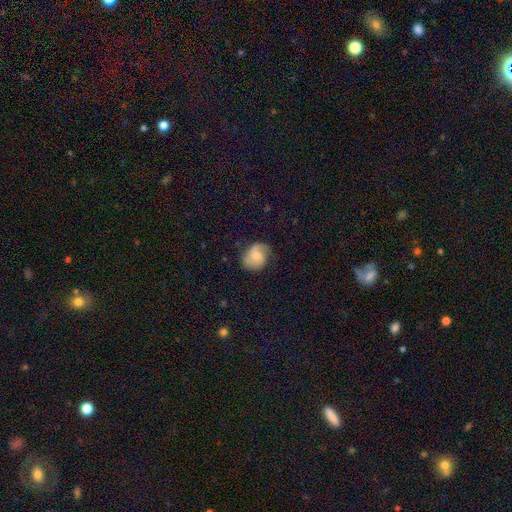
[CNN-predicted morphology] This appears to be a featured or disk galaxy (61%) with no bar (60%), 2 (68%) medium (44%) spiral arms (91%) and a moderate central bulge (44%). Merging: none (64%).